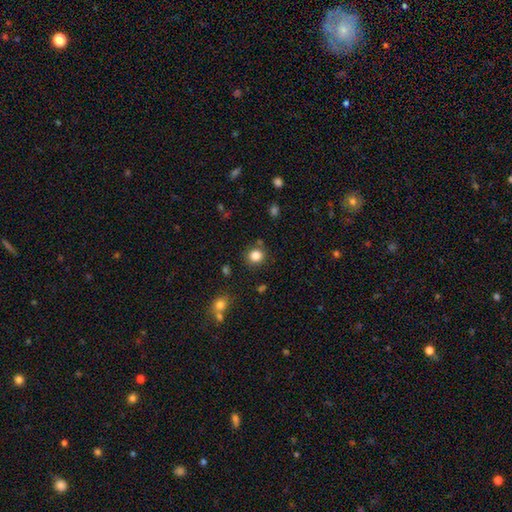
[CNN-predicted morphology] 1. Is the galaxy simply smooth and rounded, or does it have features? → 83% smooth, 11% star or artifact, 5% featured or disk.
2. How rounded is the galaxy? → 85% round, 14% in between, 1% cigar-shaped.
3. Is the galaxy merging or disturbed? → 84% none, 9% minor disturbance, 4% merger, 3% major disturbance.